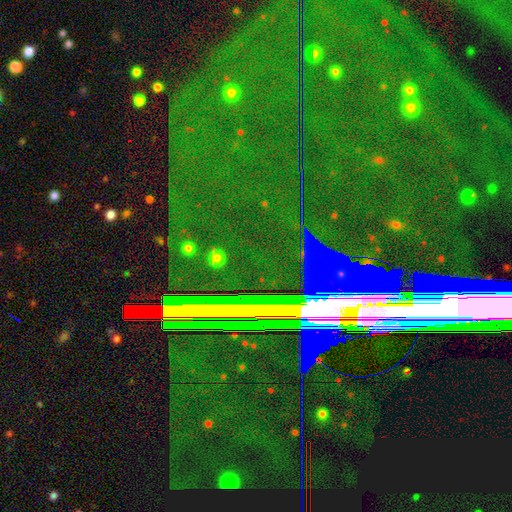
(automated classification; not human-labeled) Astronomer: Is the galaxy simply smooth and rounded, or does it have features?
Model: star or artifact — 80%.